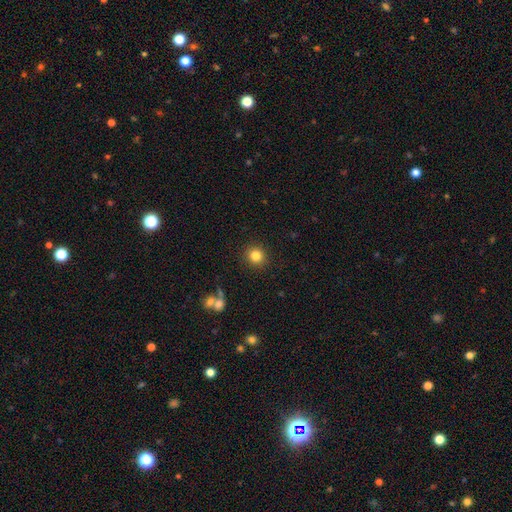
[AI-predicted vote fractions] smooth 83%, star or artifact 11%, featured or disk 6%. Down the decision tree: how rounded — round (90%); merging — none (90%).